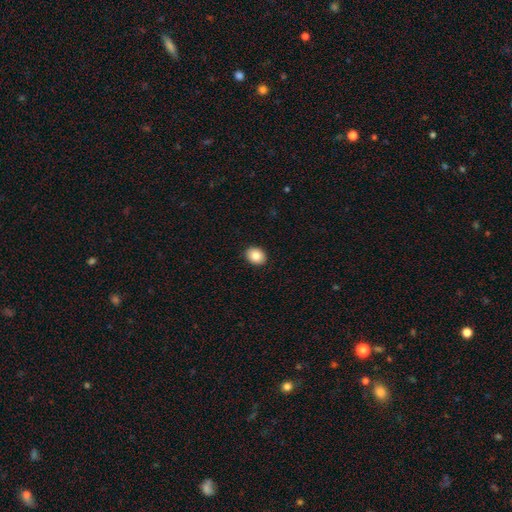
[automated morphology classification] Smooth or featured? smooth (85%)
How rounded? round (52%)
Merging? none (91%)